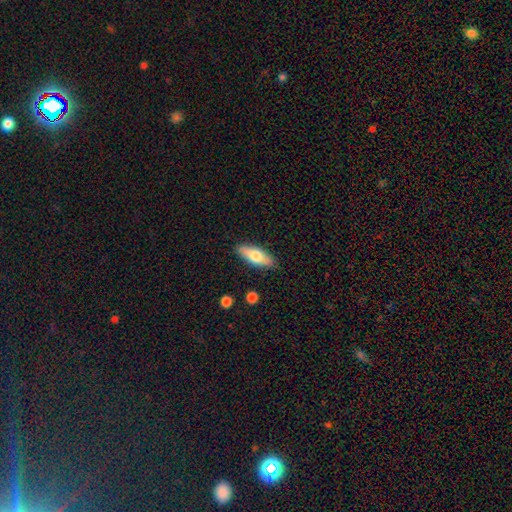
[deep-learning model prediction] Smooth or featured?
  - smooth: 65% *
  - featured or disk: 29%
  - star or artifact: 6%
How rounded?
  - in between: 68% *
  - cigar-shaped: 29%
  - round: 3%
Merging?
  - none: 87% *
  - minor disturbance: 10%
  - major disturbance: 2%
  - merger: 1%